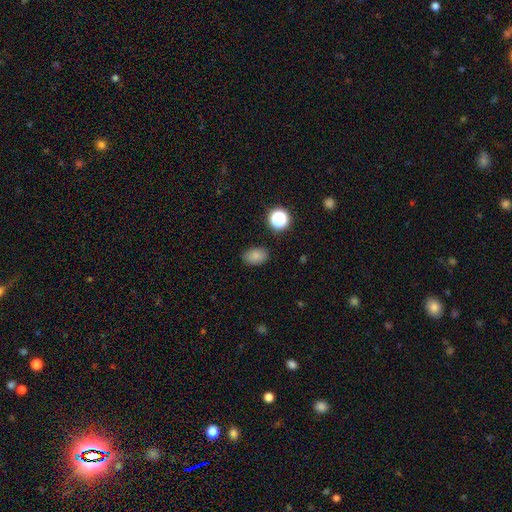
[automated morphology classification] smooth-or-featured: smooth: 81% | star or artifact: 12% | featured or disk: 7%
  how-rounded: in between: 83% | round: 16% | cigar-shaped: 1%
  merging: none: 85% | minor disturbance: 11% | major disturbance: 3% | merger: 2%